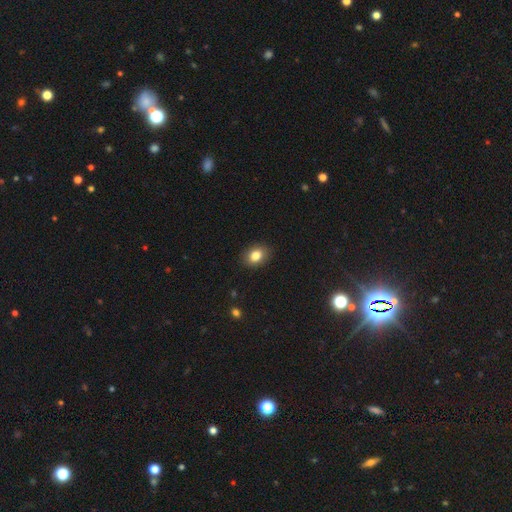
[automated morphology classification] Overall: smooth (83%). How rounded: in between (70%). Merging: none (88%).